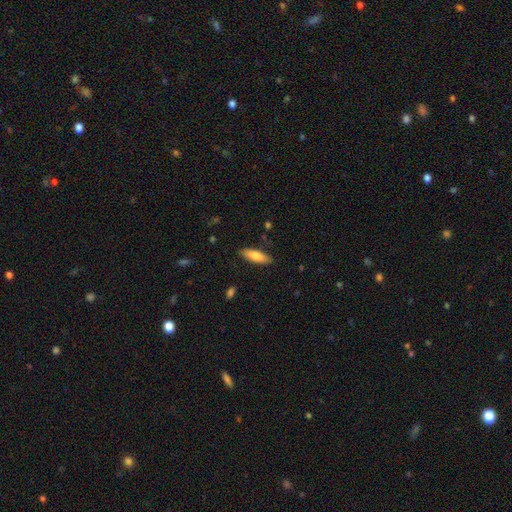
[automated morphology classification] smooth_or_featured: smooth (p=0.79) [alt: featured or disk p=0.15]
how_rounded: in between (p=0.52) [alt: cigar-shaped p=0.46]
merging: none (p=0.87) [alt: minor disturbance p=0.10]